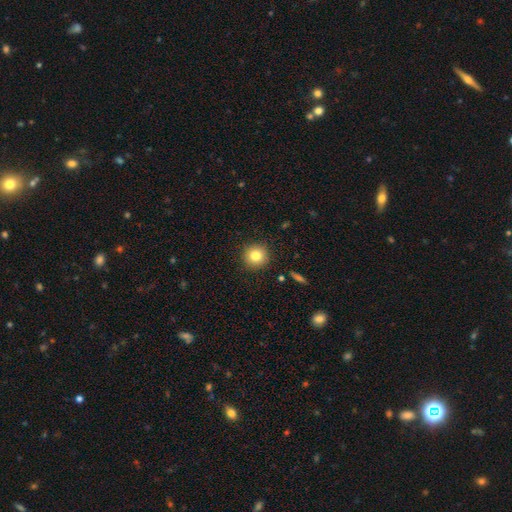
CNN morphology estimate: The model was most divided on "smooth or featured": smooth: 81%, star or artifact: 10%, featured or disk: 8%. More confident: how rounded — round (94%); merging — none (91%).